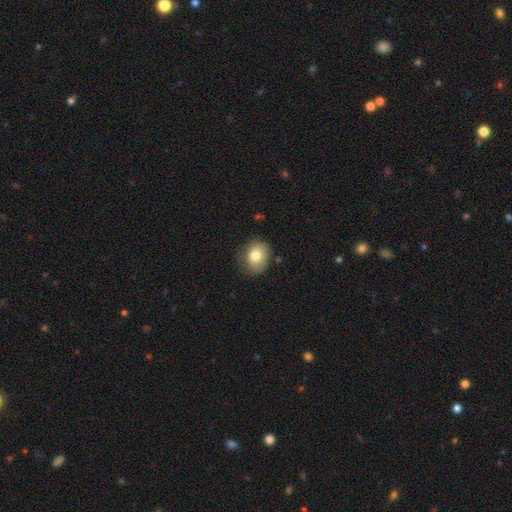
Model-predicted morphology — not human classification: smooth 78%, featured or disk 14%, star or artifact 8%. Down the decision tree: how rounded — round (54%); merging — none (72%).